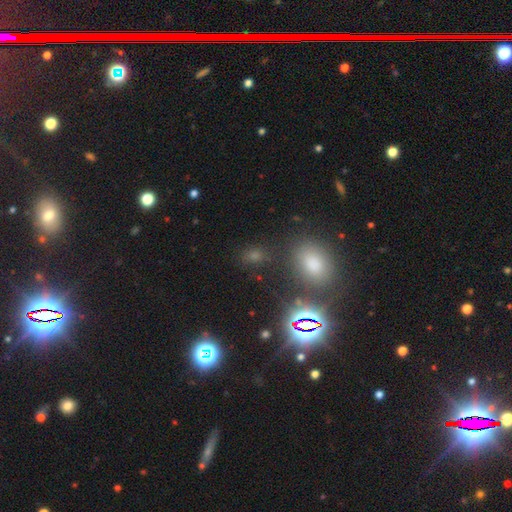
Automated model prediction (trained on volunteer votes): A star or artifact, not a galaxy (46%).

Vote fractions:
- Smooth or featured? star or artifact: 46% / smooth: 44% / featured or disk: 10%